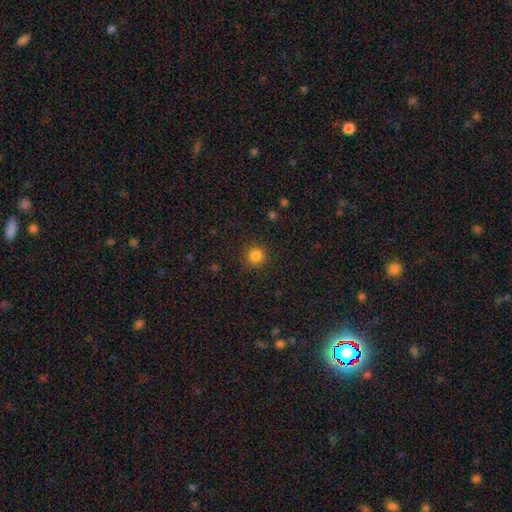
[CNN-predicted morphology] Overall: smooth (84%). How rounded: round (93%). Merging: none (90%).